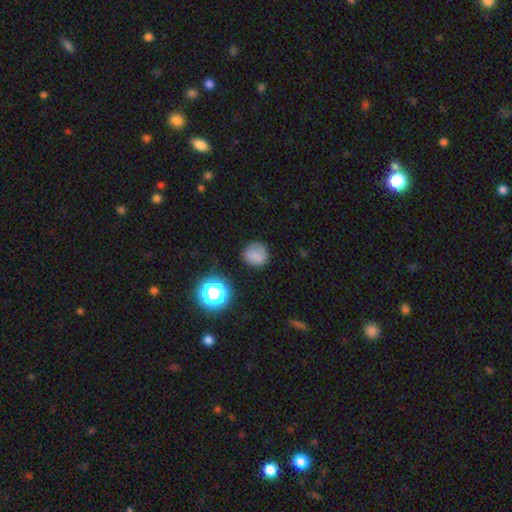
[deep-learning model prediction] Smooth or featured?
  - smooth: 77% *
  - star or artifact: 15%
  - featured or disk: 8%
How rounded?
  - round: 88% *
  - in between: 11%
  - cigar-shaped: 1%
Merging?
  - none: 76% *
  - minor disturbance: 17%
  - major disturbance: 6%
  - merger: 2%